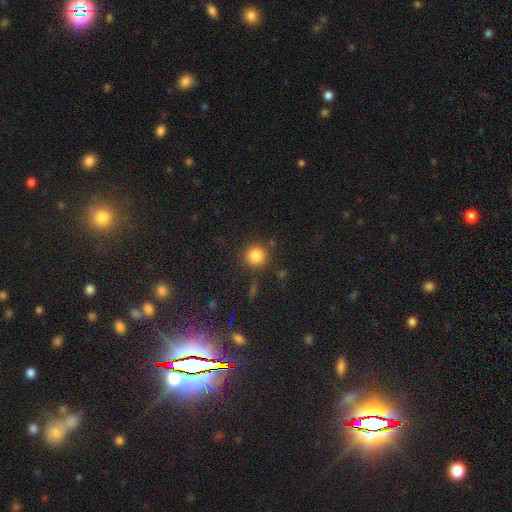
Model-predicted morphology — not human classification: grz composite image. It shows a smooth galaxy with no disk features (83%) that is round (94%). Merging: none (87%).